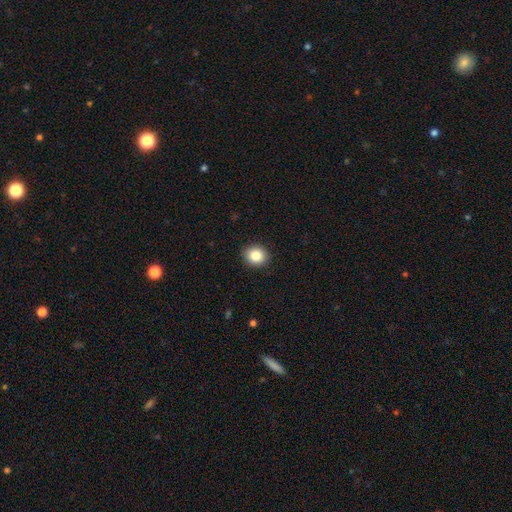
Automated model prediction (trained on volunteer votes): A smooth galaxy with no disk features (85%) that is round (74%).

Vote fractions:
- Smooth or featured? smooth: 85% / star or artifact: 9% / featured or disk: 5%
- How rounded? round: 74% / in between: 25% / cigar-shaped: 1%
- Merging? none: 91% / minor disturbance: 6% / major disturbance: 2% / merger: 1%